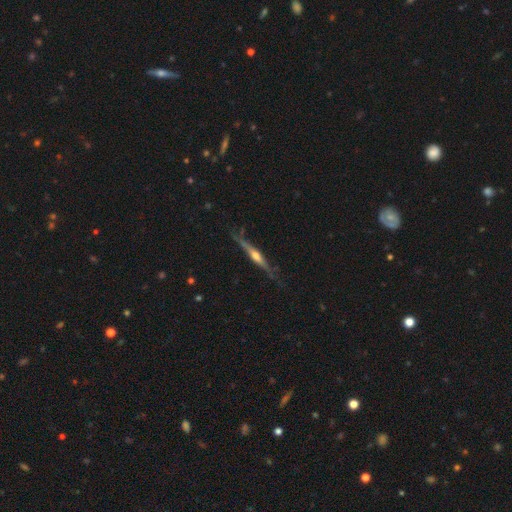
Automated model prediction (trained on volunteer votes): Smooth or featured?
  - featured or disk: 75% *
  - smooth: 19%
  - star or artifact: 6%
Edge-on disk?
  - yes: 97% *
  - no: 3%
Edge-on bulge?
  - rounded: 86% *
  - none: 8%
  - boxy: 6%
Merging?
  - none: 75% *
  - minor disturbance: 19%
  - major disturbance: 4%
  - merger: 2%